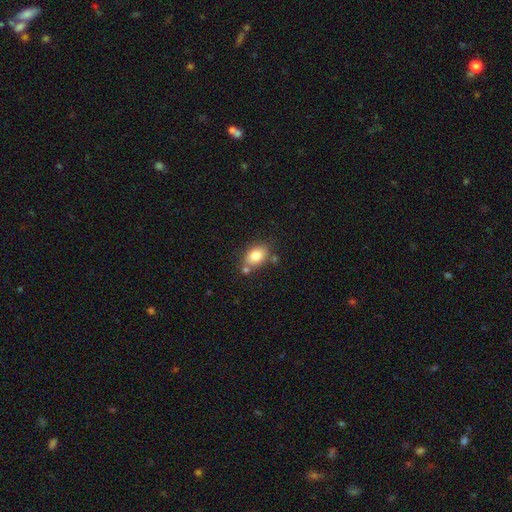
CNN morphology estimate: A smooth galaxy with no disk features (82%) that is in between round and cigar-shaped (83%).

Vote fractions:
- Smooth or featured? smooth: 82% / featured or disk: 10% / star or artifact: 8%
- How rounded? in between: 83% / round: 16% / cigar-shaped: 2%
- Merging? none: 68% / minor disturbance: 15% / merger: 13% / major disturbance: 4%